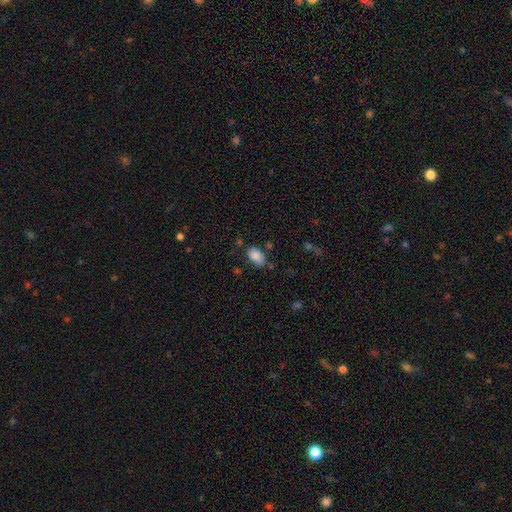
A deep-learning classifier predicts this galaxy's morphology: This is clearly a smooth galaxy (86%). How rounded: clearly in between (92%). Merging: likely none (71%).